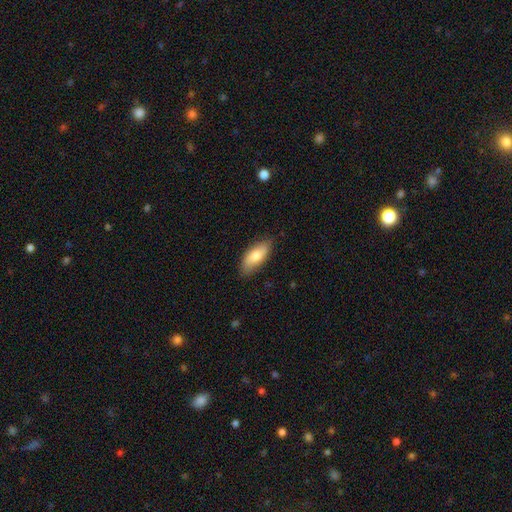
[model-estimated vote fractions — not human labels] A smooth galaxy with no disk features (76%) that is in between round and cigar-shaped (84%). Merging: none (80%).